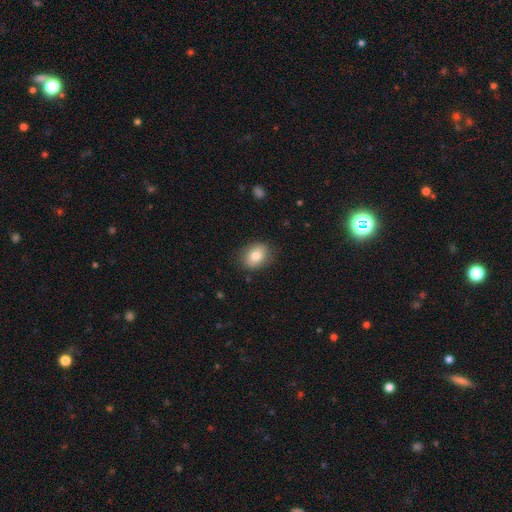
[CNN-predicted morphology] type=smooth (81%); roundness=in between (65%); merging=none (84%).